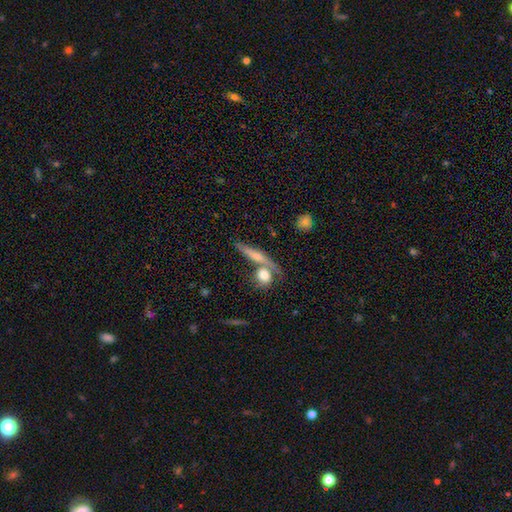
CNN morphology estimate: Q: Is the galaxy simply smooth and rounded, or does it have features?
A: smooth — 54%.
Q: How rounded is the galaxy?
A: cigar-shaped — 65%.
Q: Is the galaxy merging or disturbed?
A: none — 52%.